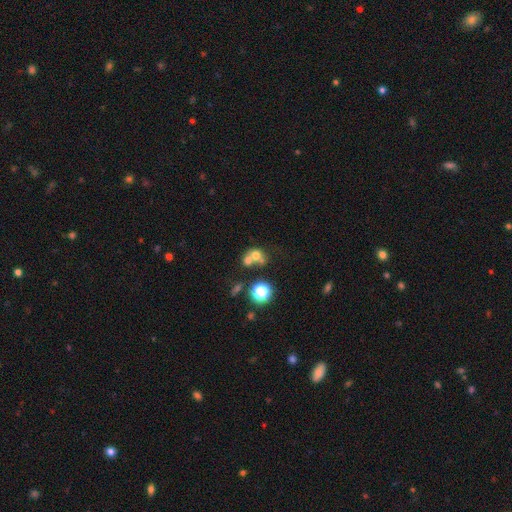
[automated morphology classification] A smooth galaxy with no disk features (61%) that is round (67%).

Vote fractions:
- Smooth or featured? smooth: 61% / featured or disk: 22% / star or artifact: 17%
- How rounded? round: 67% / in between: 32% / cigar-shaped: 1%
- Merging? merger: 59% / none: 27% / minor disturbance: 8% / major disturbance: 6%